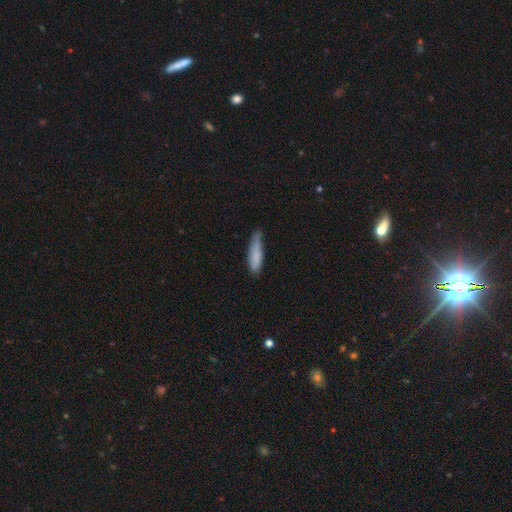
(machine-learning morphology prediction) Q: Smooth or featured?
A: smooth (80%); runner-up: featured or disk (13%)
Q: How rounded?
A: cigar-shaped (71%); runner-up: in between (27%)
Q: Merging?
A: none (51%); runner-up: minor disturbance (38%)